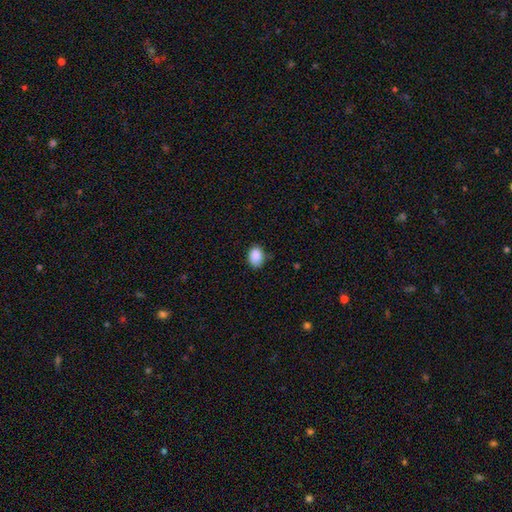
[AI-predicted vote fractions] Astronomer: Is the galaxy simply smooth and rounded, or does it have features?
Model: smooth — 88%.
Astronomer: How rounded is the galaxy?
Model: in between — 74%.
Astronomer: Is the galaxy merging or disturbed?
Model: none — 73%.